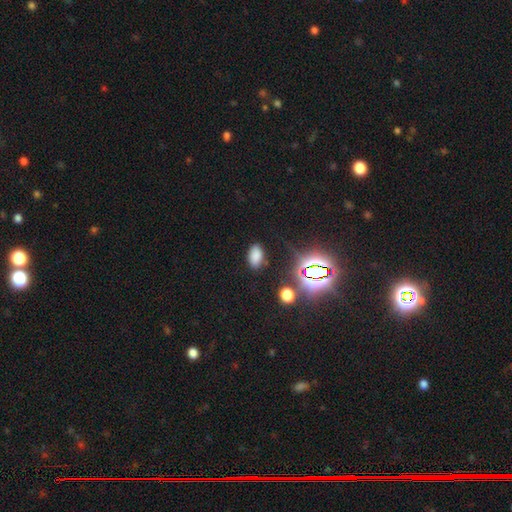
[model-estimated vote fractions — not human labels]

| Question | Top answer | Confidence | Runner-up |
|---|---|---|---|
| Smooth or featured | smooth | 73% | star or artifact (21%) |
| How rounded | in between | 92% | round (6%) |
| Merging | none | 83% | minor disturbance (11%) |